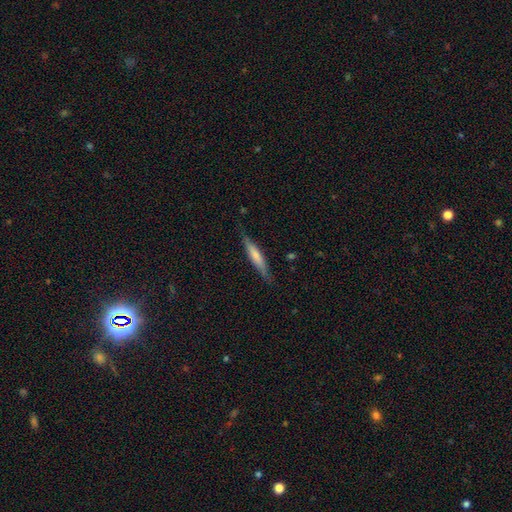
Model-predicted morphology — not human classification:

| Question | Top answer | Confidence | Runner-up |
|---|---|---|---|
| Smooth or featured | smooth | 60% | featured or disk (34%) |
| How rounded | cigar-shaped | 88% | in between (10%) |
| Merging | none | 82% | minor disturbance (14%) |